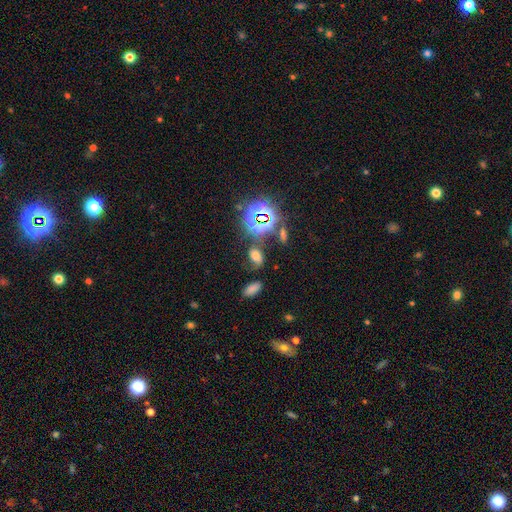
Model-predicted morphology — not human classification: The model was most divided on "smooth or featured": smooth: 47%, star or artifact: 38%, featured or disk: 15%. More confident: merging — none (60%).